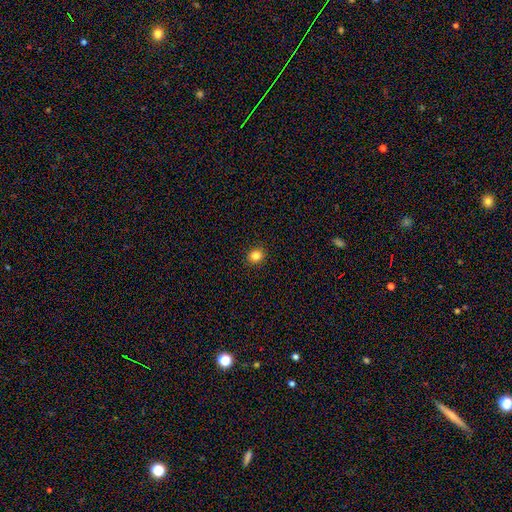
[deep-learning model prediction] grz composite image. It shows a smooth galaxy with no disk features (84%) that is round (85%). Merging: none (92%).